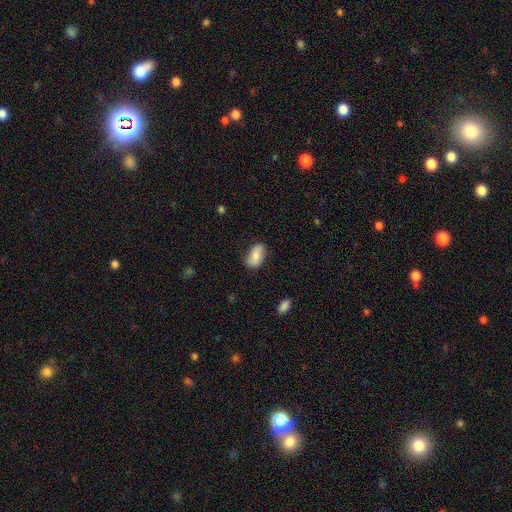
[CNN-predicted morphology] This is likely a smooth galaxy (69%). How rounded: clearly in between (91%). Merging: likely none (75%).